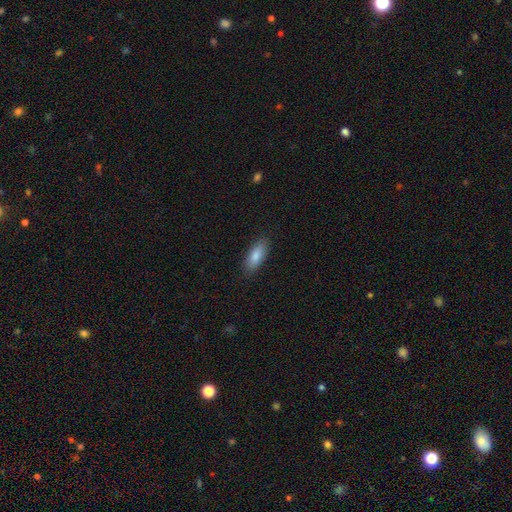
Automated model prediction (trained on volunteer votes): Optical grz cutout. It shows a smooth galaxy with no disk features (83%) that is in between round and cigar-shaped (74%). Merging: none (87%).